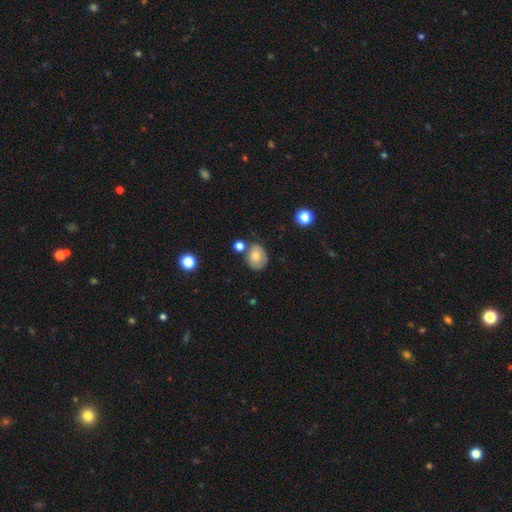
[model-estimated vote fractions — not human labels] Overall: smooth (71%). How rounded: round (53%; in between 46%). Merging: none (63%).